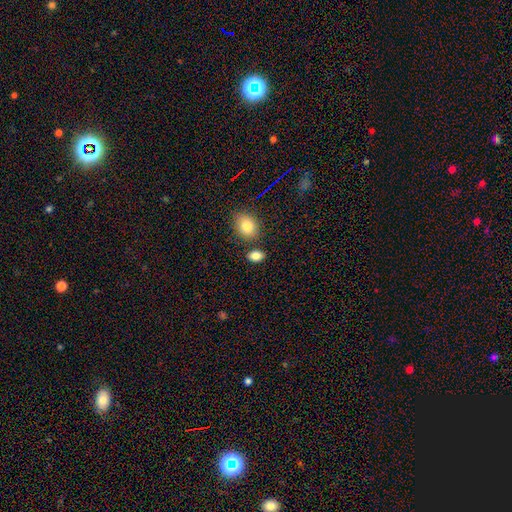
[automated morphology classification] The model was most divided on "how rounded": in between: 78%, round: 20%, cigar-shaped: 2%. More confident: smooth or featured — smooth (84%); merging — none (76%).